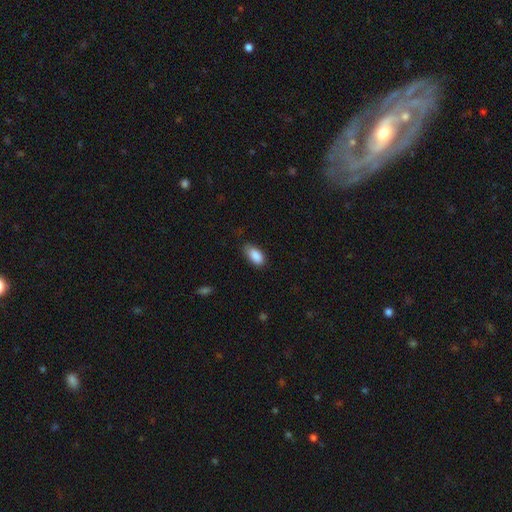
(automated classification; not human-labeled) smooth-or-featured: smooth: 89% | star or artifact: 7% | featured or disk: 4%
  how-rounded: in between: 92% | cigar-shaped: 4% | round: 3%
  merging: none: 71% | minor disturbance: 24% | major disturbance: 4% | merger: 1%